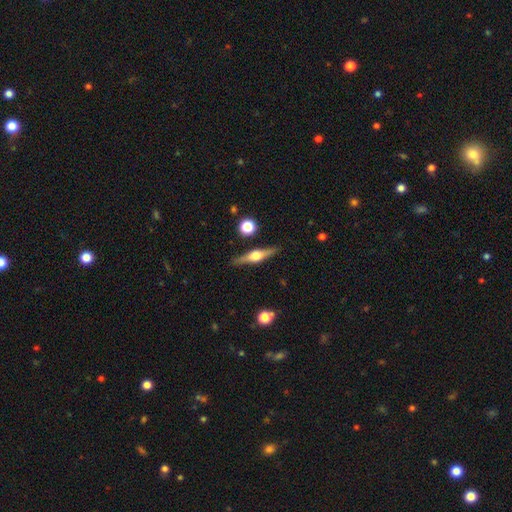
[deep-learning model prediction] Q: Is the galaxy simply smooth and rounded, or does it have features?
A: featured or disk — 71%.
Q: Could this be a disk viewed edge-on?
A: yes — 97%.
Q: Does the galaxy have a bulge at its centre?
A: rounded — 92%.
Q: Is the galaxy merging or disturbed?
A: none — 87%.